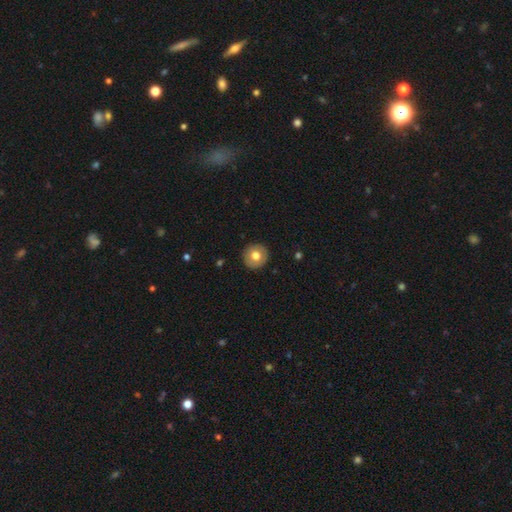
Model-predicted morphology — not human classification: Overall: smooth (72%). How rounded: round (95%). Merging: none (92%).